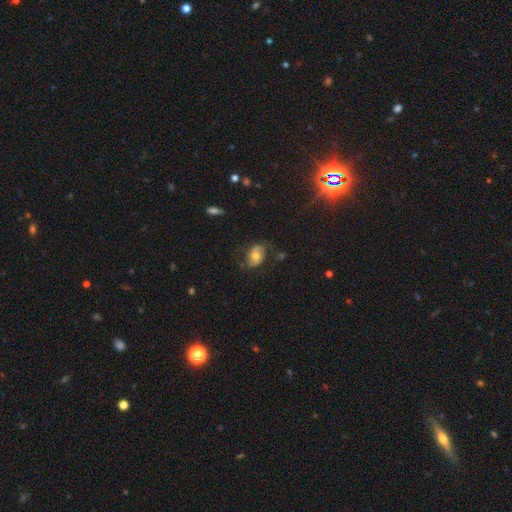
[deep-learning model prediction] smooth_or_featured: featured or disk (p=0.53) [alt: smooth p=0.37]
disk_edge_on: no (p=0.95) [alt: yes p=0.05]
bar: no (p=0.68) [alt: weak p=0.25]
has_spiral_arms: yes (p=0.76) [alt: no p=0.24]
bulge_size: moderate (p=0.72) [alt: small p=0.16]
merging: none (p=0.69) [alt: minor disturbance p=0.21]